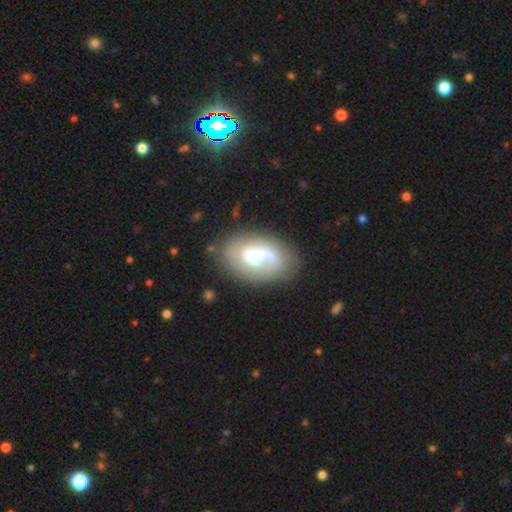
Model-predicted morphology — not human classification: type=featured or disk (61%); edge-on=no (97%); bar=no (44%); spiral arms=yes (81%); bulge=moderate (36%); merging=none (61%).